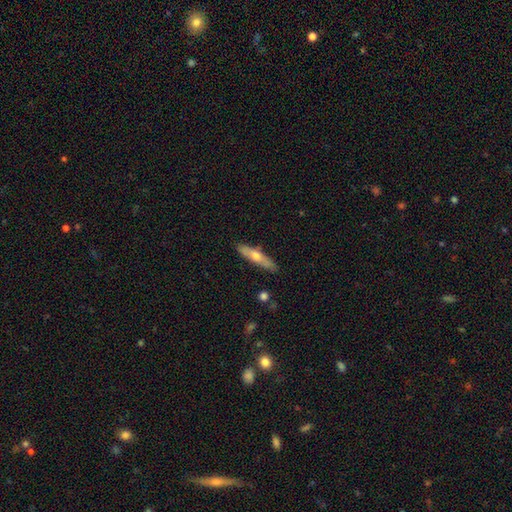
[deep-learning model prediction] Smooth or featured: smooth — 48% (featured or disk — 46%)
Merging: none — 85% (minor disturbance — 11%)